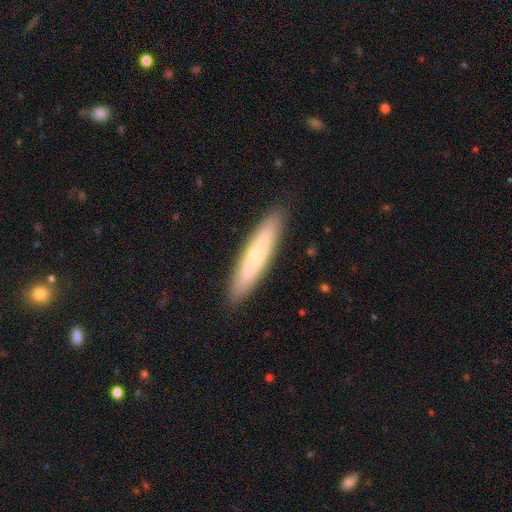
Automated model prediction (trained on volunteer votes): Overall: smooth (58%; featured or disk 35%). How rounded: cigar-shaped (86%). Merging: none (90%).